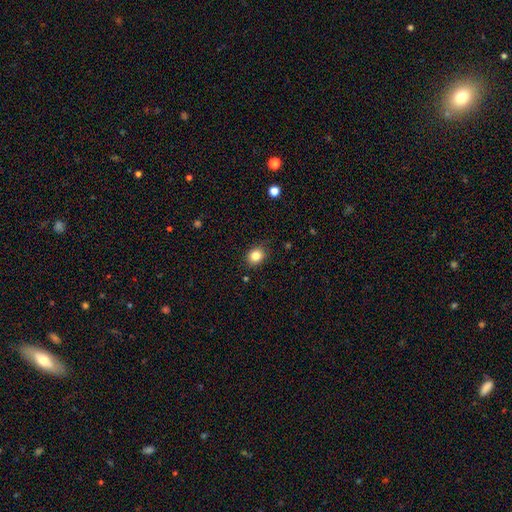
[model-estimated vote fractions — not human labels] Smooth or featured? smooth (83%)
How rounded? round (63%)
Merging? none (87%)